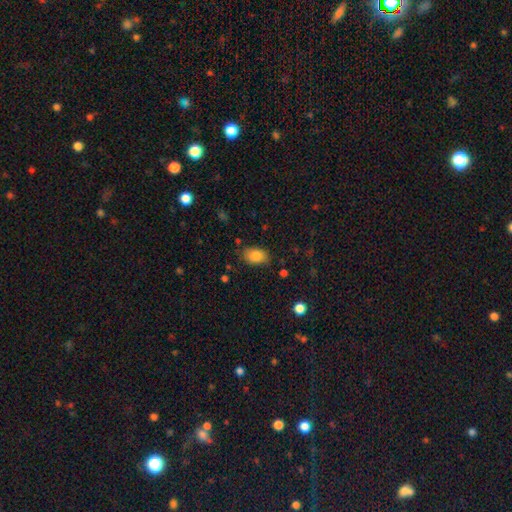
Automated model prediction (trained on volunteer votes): Smooth or featured?
  - smooth: 84% *
  - featured or disk: 8%
  - star or artifact: 8%
How rounded?
  - in between: 86% *
  - round: 13%
  - cigar-shaped: 1%
Merging?
  - none: 76% *
  - minor disturbance: 18%
  - major disturbance: 4%
  - merger: 2%